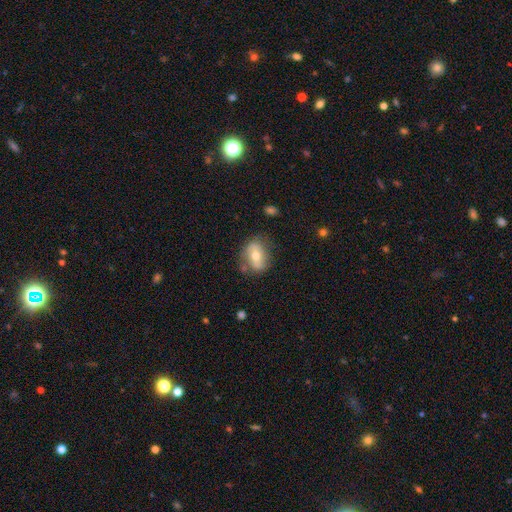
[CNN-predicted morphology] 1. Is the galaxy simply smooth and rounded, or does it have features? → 55% smooth, 37% featured or disk, 7% star or artifact.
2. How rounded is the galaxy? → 74% in between, 23% round, 3% cigar-shaped.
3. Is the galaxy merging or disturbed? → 67% none, 21% minor disturbance, 7% major disturbance, 5% merger.